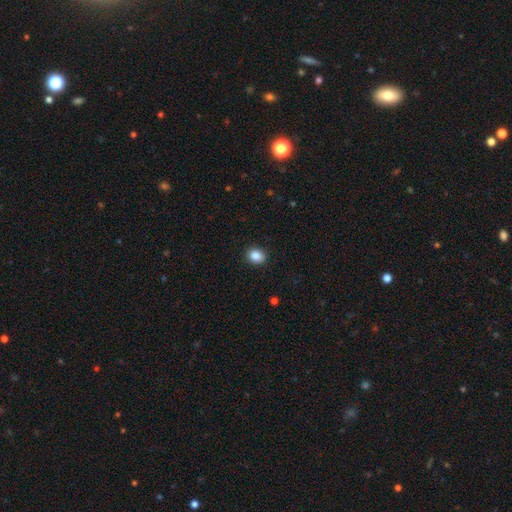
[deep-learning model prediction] smooth_or_featured: smooth (p=0.87) [alt: star or artifact p=0.09]
how_rounded: round (p=0.57) [alt: in between p=0.42]
merging: none (p=0.91) [alt: minor disturbance p=0.06]